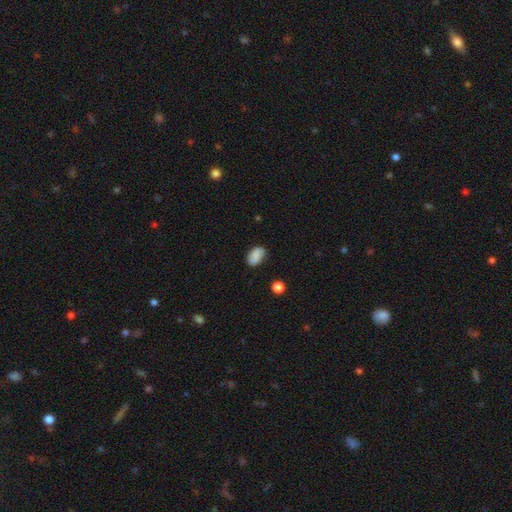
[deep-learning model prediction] smooth-or-featured: smooth: 84% | star or artifact: 8% | featured or disk: 7%
  how-rounded: in between: 90% | round: 9% | cigar-shaped: 2%
  merging: none: 78% | minor disturbance: 17% | major disturbance: 4% | merger: 2%